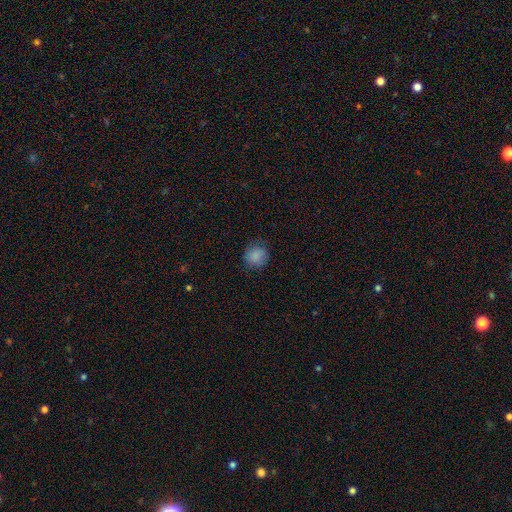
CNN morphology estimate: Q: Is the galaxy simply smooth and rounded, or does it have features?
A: smooth — 85%.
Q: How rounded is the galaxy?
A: round — 84%.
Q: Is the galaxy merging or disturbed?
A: none — 79%.